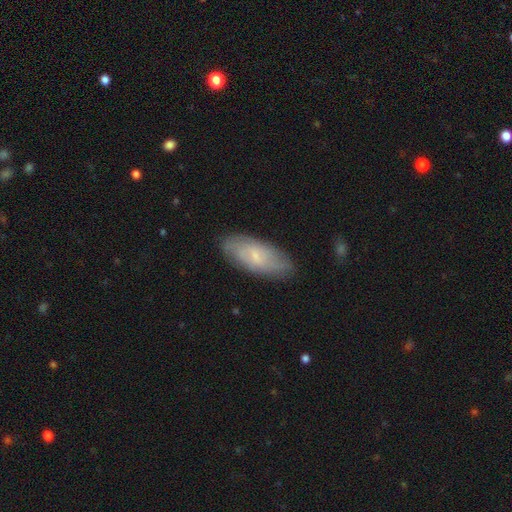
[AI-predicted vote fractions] Q: Smooth or featured?
A: smooth (47%); runner-up: featured or disk (46%)
Q: Merging?
A: none (80%); runner-up: minor disturbance (15%)